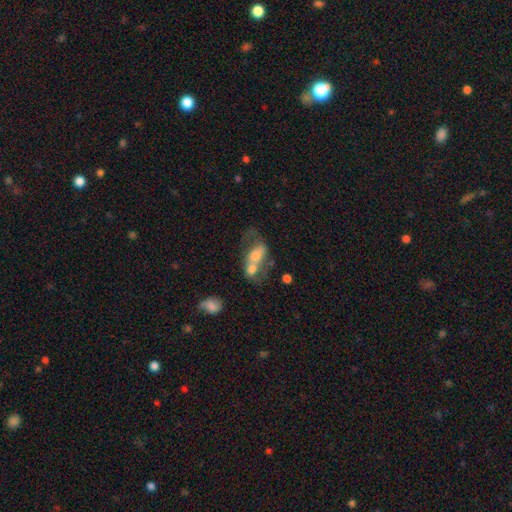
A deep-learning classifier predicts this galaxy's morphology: A smooth galaxy with no disk features (50%). Merging: merger (63%).